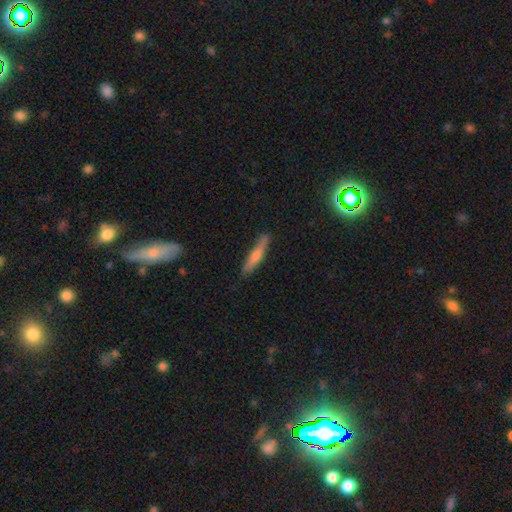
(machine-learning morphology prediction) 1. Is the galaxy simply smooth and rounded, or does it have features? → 53% smooth, 40% featured or disk, 7% star or artifact.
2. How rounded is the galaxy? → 91% cigar-shaped, 7% in between, 2% round.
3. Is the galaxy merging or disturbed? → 84% none, 12% minor disturbance, 2% major disturbance, 2% merger.